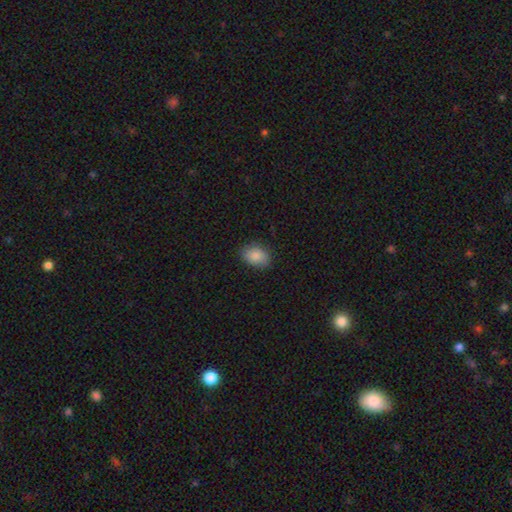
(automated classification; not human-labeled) Smooth or featured?
  - smooth: 86% *
  - star or artifact: 7%
  - featured or disk: 7%
How rounded?
  - in between: 75% *
  - round: 24%
  - cigar-shaped: 1%
Merging?
  - none: 82% *
  - minor disturbance: 14%
  - major disturbance: 3%
  - merger: 1%